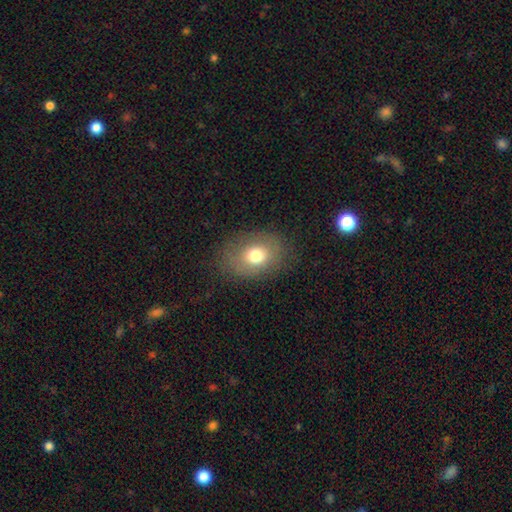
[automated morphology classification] smooth-or-featured: smooth: 72% | featured or disk: 17% | star or artifact: 11%
  how-rounded: in between: 66% | round: 33% | cigar-shaped: 1%
  merging: none: 78% | minor disturbance: 14% | major disturbance: 7% | merger: 1%